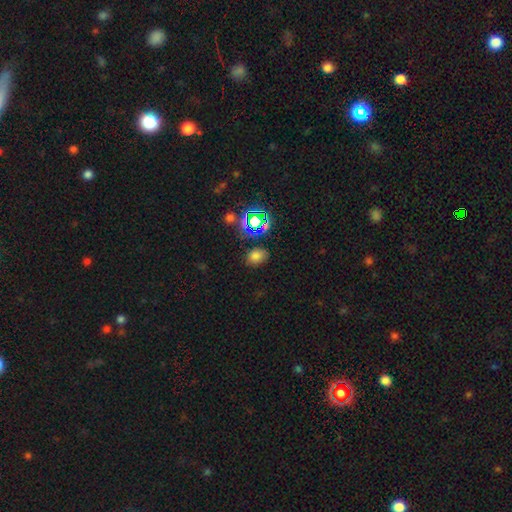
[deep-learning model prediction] Smooth or featured?
  - smooth: 68% *
  - star or artifact: 25%
  - featured or disk: 7%
How rounded?
  - in between: 63% *
  - round: 35%
  - cigar-shaped: 1%
Merging?
  - none: 79% *
  - minor disturbance: 13%
  - major disturbance: 4%
  - merger: 3%